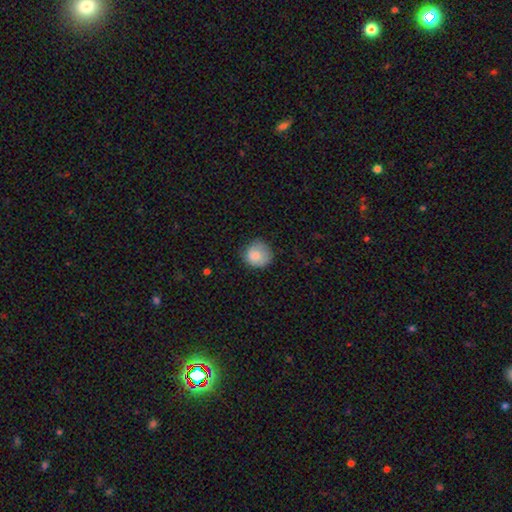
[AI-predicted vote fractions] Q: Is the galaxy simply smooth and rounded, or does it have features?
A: smooth — 82%.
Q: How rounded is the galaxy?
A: round — 88%.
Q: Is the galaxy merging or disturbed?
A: none — 67%.